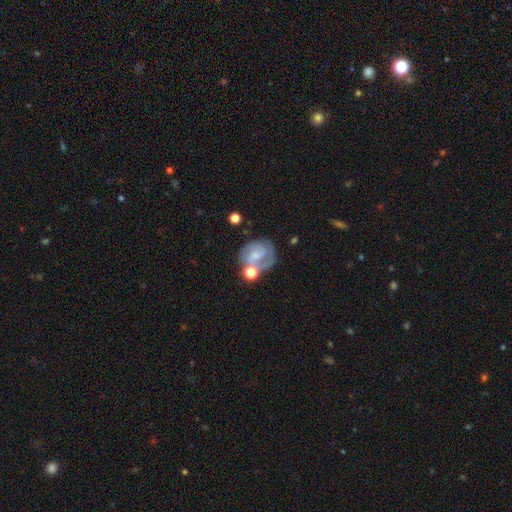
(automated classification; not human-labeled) Overall: featured or disk (53%; smooth 38%). Edge-on disk: no (97%). Bar: no (51%; weak 38%). Spiral arms: yes (67%; no 33%). Bulge size: small (55%; moderate 25%). Merging: none (45%; minor disturbance 21%).